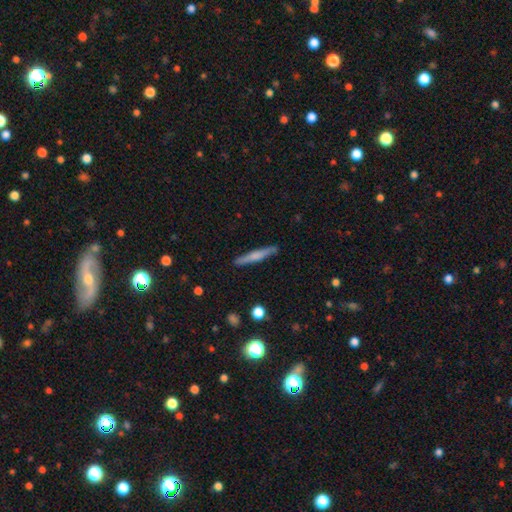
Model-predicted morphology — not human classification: A smooth galaxy with no disk features (55%) that is cigar-shaped (94%).

Vote fractions:
- Smooth or featured? smooth: 55% / featured or disk: 39% / star or artifact: 6%
- How rounded? cigar-shaped: 94% / in between: 5% / round: 2%
- Merging? none: 88% / minor disturbance: 9% / major disturbance: 2% / merger: 2%